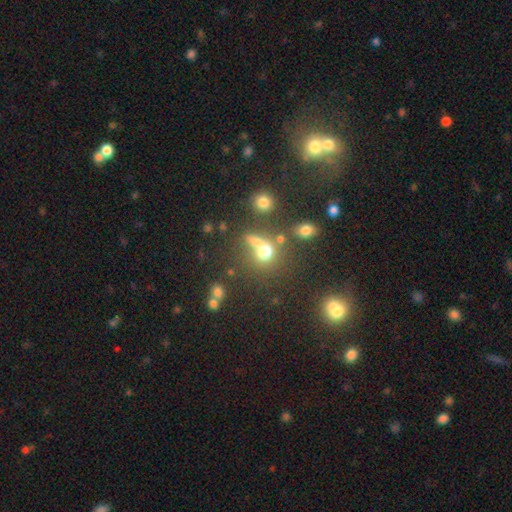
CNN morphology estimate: Smooth or featured?
  - smooth: 48% *
  - star or artifact: 38%
  - featured or disk: 14%
Merging?
  - none: 54% *
  - merger: 29%
  - minor disturbance: 10%
  - major disturbance: 7%